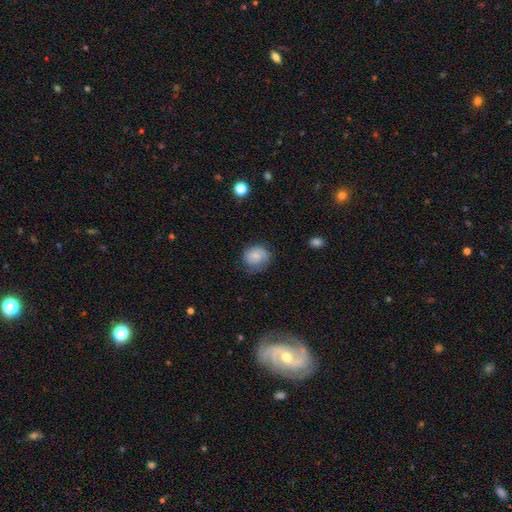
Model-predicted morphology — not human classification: Smooth or featured: smooth — 64% (featured or disk — 28%)
How rounded: round — 78% (in between — 21%)
Merging: none — 66% (minor disturbance — 24%)